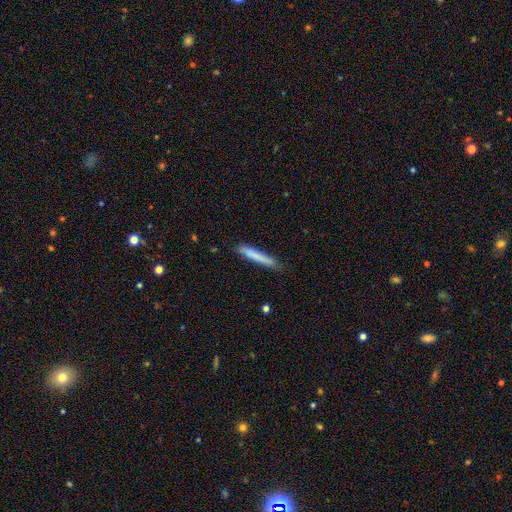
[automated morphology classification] The model was most divided on "smooth or featured": smooth: 77%, featured or disk: 18%, star or artifact: 6%. More confident: how rounded — cigar-shaped (95%); merging — none (82%).